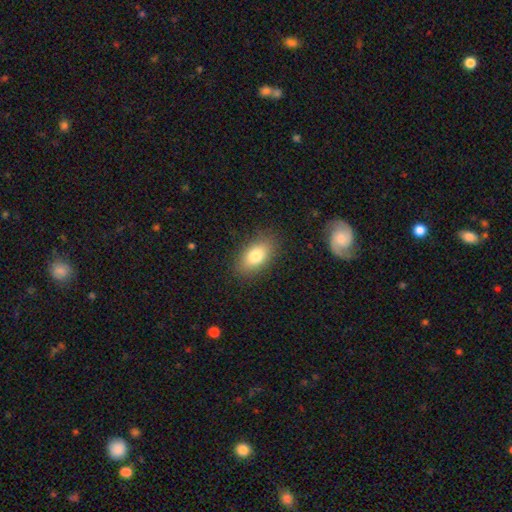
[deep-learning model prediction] smooth-or-featured: smooth: 79% | featured or disk: 12% | star or artifact: 8%
  how-rounded: in between: 89% | round: 7% | cigar-shaped: 4%
  merging: none: 85% | minor disturbance: 11% | major disturbance: 3% | merger: 1%